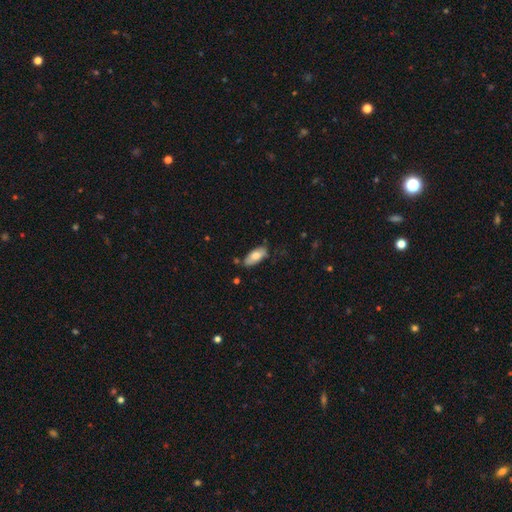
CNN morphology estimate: Q: Smooth or featured?
A: smooth (74%); runner-up: featured or disk (20%)
Q: How rounded?
A: in between (86%); runner-up: cigar-shaped (12%)
Q: Merging?
A: none (73%); runner-up: minor disturbance (20%)